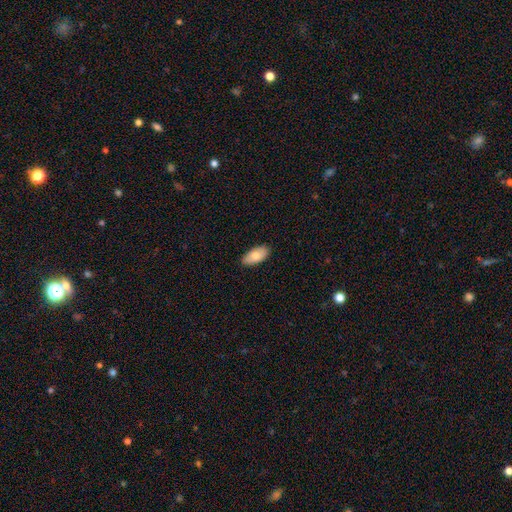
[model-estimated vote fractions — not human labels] Overall: smooth (81%). How rounded: in between (92%). Merging: none (88%).